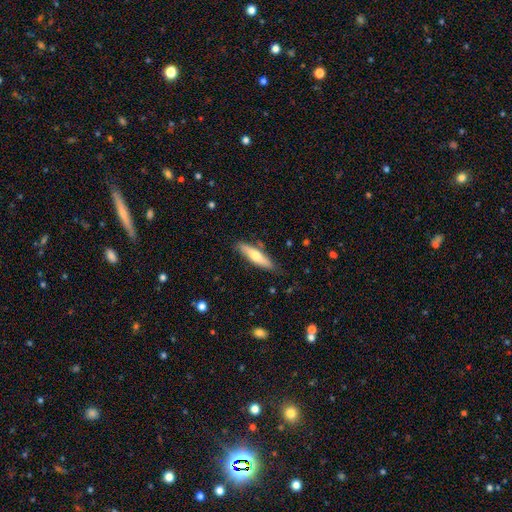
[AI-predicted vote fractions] A smooth galaxy with no disk features (62%) that is cigar-shaped (73%).

Vote fractions:
- Smooth or featured? smooth: 62% / featured or disk: 32% / star or artifact: 6%
- How rounded? cigar-shaped: 73% / in between: 26% / round: 2%
- Merging? none: 82% / minor disturbance: 14% / major disturbance: 2% / merger: 2%